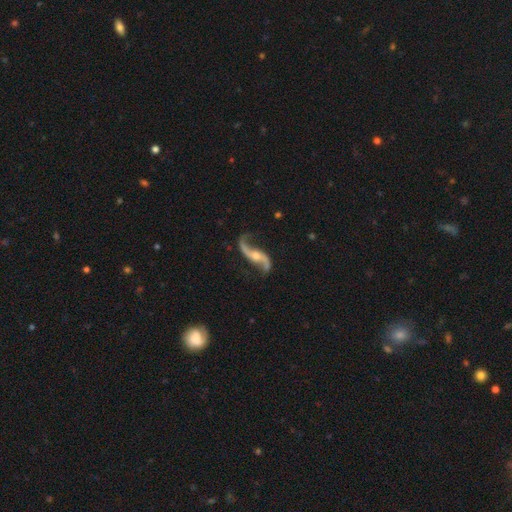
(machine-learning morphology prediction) smooth-or-featured: featured or disk: 92% | star or artifact: 4% | smooth: 4%
  disk-edge-on: no: 94% | yes: 6%
    bar: no: 50% | weak: 30% | strong: 19%
    has-spiral-arms: yes: 97% | no: 3%
      spiral-winding: loose: 89% | medium: 8% | tight: 3%
      spiral-arm-count: 2: 94% | 1: 2% | can't tell: 1% | 3: 1% | 4: 1% | more than 4: 1%
    bulge-size: moderate: 50% | small: 42% | none: 4% | large: 3% | dominant: 1%
  merging: none: 76% | minor disturbance: 13% | major disturbance: 7% | merger: 3%